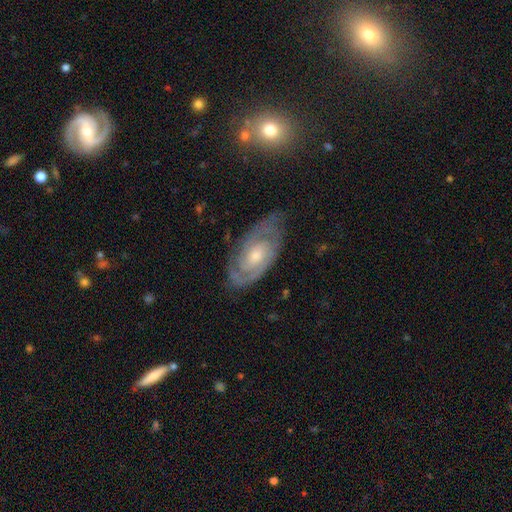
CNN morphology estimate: Smooth or featured? featured or disk (85%)
Edge-on disk? no (95%)
Bar? no (65%)
Spiral arms? yes (96%)
Spiral winding? tight (67%)
Spiral arm count? 2 (68%)
Bulge size? moderate (52%)
Merging? none (75%)